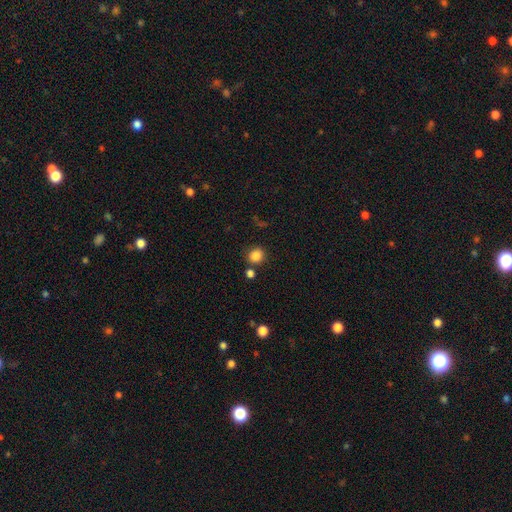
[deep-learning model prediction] Q: Smooth or featured?
A: smooth (85%); runner-up: star or artifact (11%)
Q: How rounded?
A: round (84%); runner-up: in between (15%)
Q: Merging?
A: none (80%); runner-up: minor disturbance (9%)